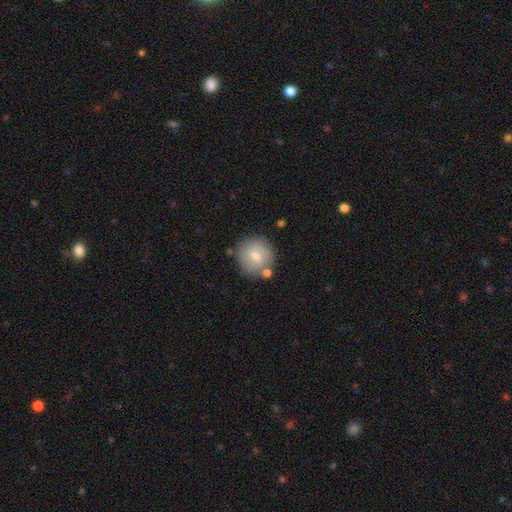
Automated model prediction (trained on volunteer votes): smooth 70%, featured or disk 22%, star or artifact 8%. Down the decision tree: how rounded — round (91%); merging — none (74%).